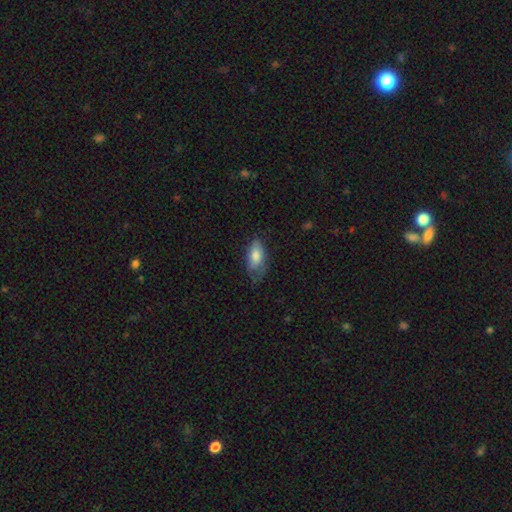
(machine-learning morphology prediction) This appears to be a smooth galaxy with no disk features (74%) that is in between round and cigar-shaped (89%). Merging: none (44%).